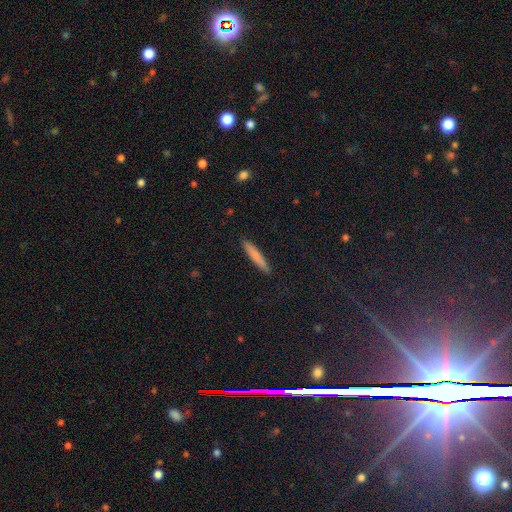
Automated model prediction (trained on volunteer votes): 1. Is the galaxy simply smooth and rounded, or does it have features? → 77% smooth, 17% featured or disk, 7% star or artifact.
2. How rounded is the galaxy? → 93% cigar-shaped, 6% in between, 1% round.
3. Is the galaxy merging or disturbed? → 90% none, 7% minor disturbance, 2% major disturbance, 1% merger.